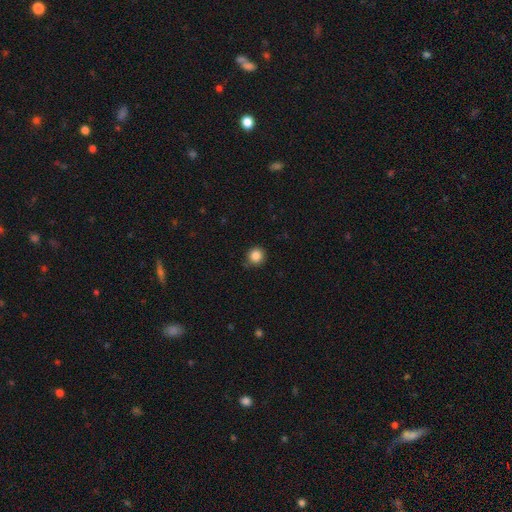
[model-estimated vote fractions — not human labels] smooth_or_featured: smooth (p=0.86) [alt: star or artifact p=0.11]
how_rounded: round (p=0.93) [alt: in between p=0.06]
merging: none (p=0.85) [alt: minor disturbance p=0.11]